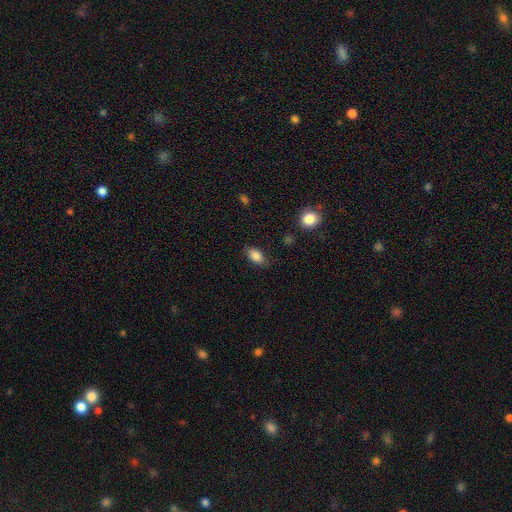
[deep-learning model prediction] Morphology: type=smooth (86%); roundness=in between (89%); merging=none (80%).